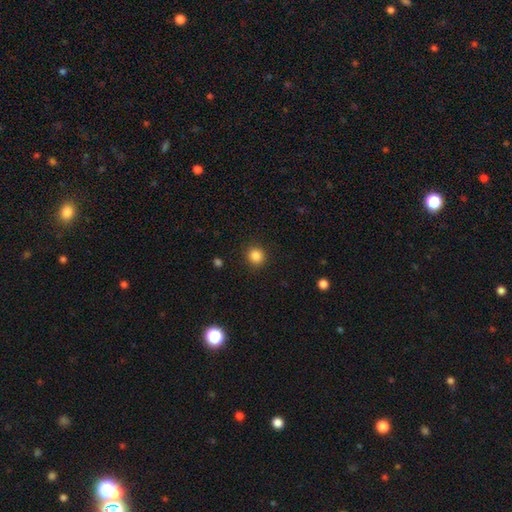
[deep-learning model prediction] smooth_or_featured: smooth (p=0.85) [alt: star or artifact p=0.11]
how_rounded: round (p=0.89) [alt: in between p=0.10]
merging: none (p=0.90) [alt: minor disturbance p=0.06]